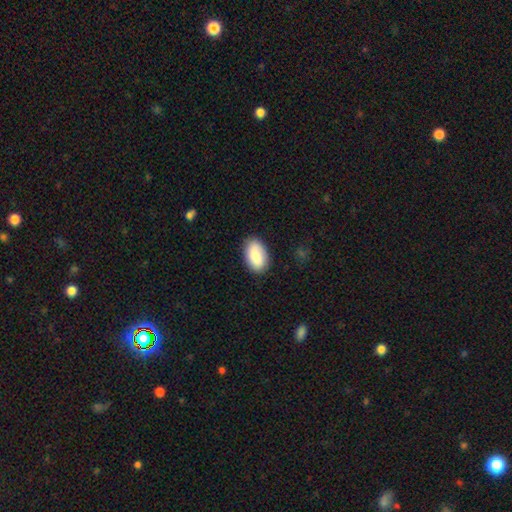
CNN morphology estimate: Smooth or featured: smooth — 87% (featured or disk — 7%)
How rounded: in between — 94% (round — 5%)
Merging: none — 86% (minor disturbance — 11%)